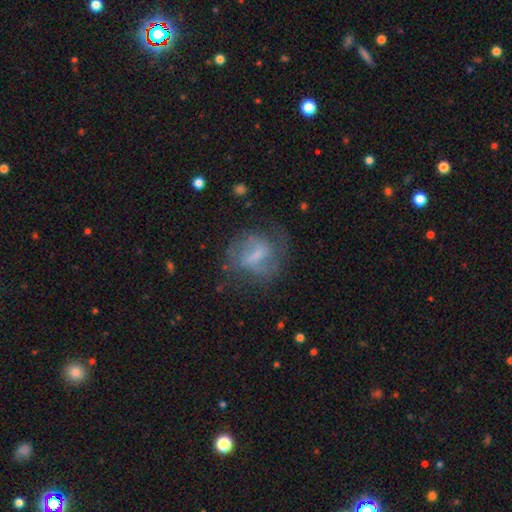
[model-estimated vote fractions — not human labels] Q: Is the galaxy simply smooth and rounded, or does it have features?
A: featured or disk — 64%.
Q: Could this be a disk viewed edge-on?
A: no — 96%.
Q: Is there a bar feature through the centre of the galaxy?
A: weak — 49%.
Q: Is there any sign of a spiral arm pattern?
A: yes — 77%.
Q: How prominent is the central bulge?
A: none — 35%.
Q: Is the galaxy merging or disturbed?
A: none — 56%.